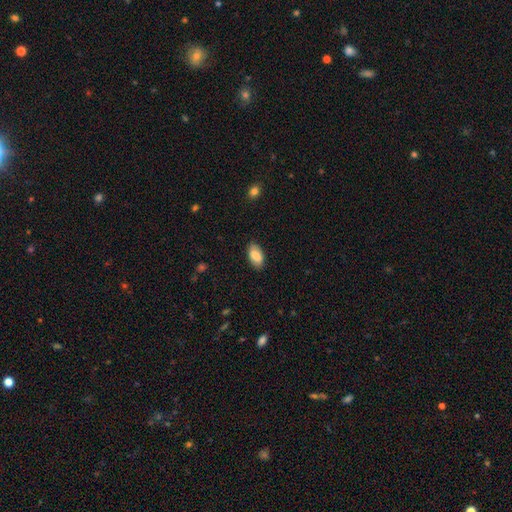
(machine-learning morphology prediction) Smooth or featured?
  - smooth: 82% *
  - featured or disk: 12%
  - star or artifact: 6%
How rounded?
  - in between: 94% *
  - round: 3%
  - cigar-shaped: 3%
Merging?
  - none: 86% *
  - minor disturbance: 10%
  - major disturbance: 2%
  - merger: 1%